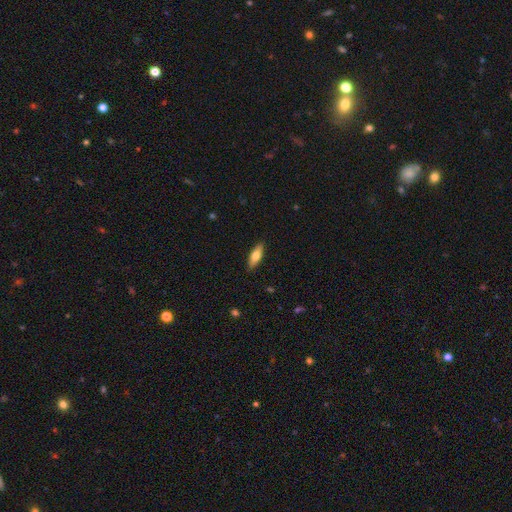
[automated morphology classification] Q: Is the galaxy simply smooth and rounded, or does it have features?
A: smooth — 68%.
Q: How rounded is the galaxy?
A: in between — 56%.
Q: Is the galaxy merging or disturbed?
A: none — 89%.